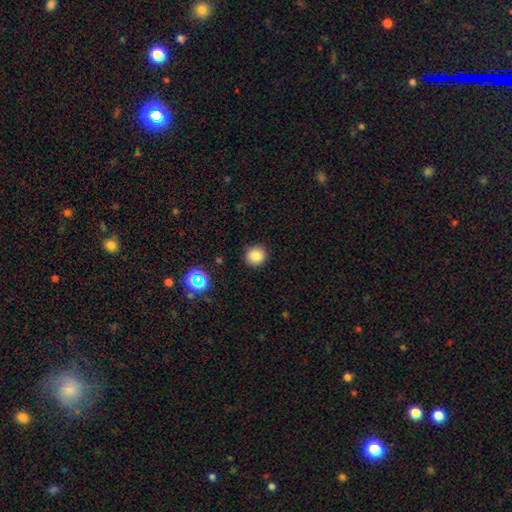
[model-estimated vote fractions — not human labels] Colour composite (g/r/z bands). It shows a smooth galaxy with no disk features (83%) that is round (91%). Merging: none (89%).